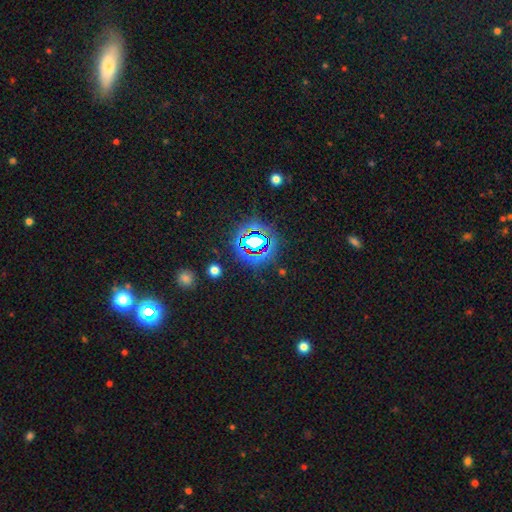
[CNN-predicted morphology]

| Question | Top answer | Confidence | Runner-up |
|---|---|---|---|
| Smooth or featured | star or artifact | 74% | smooth (16%) |